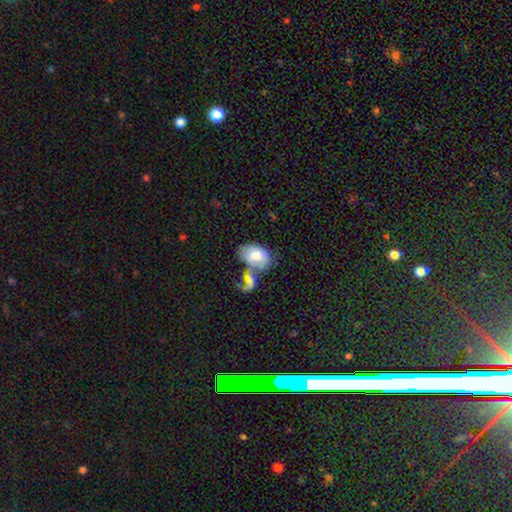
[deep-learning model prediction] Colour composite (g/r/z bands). It shows a smooth galaxy with no disk features (72%) that is in between round and cigar-shaped (91%). Merging: merger (44%).